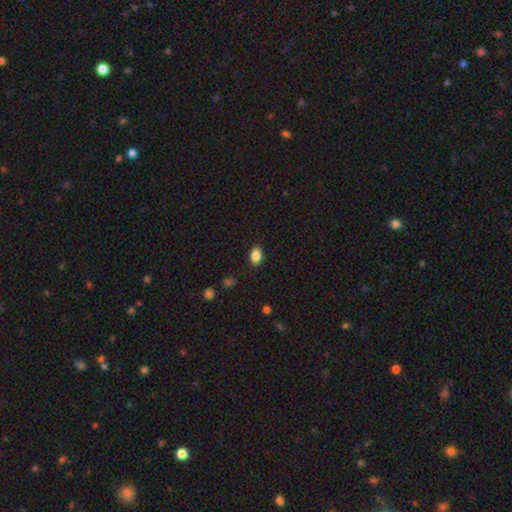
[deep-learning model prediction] Smooth or featured?
  - smooth: 87% *
  - star or artifact: 9%
  - featured or disk: 4%
How rounded?
  - in between: 82% *
  - round: 17%
  - cigar-shaped: 1%
Merging?
  - none: 87% *
  - minor disturbance: 10%
  - major disturbance: 2%
  - merger: 1%